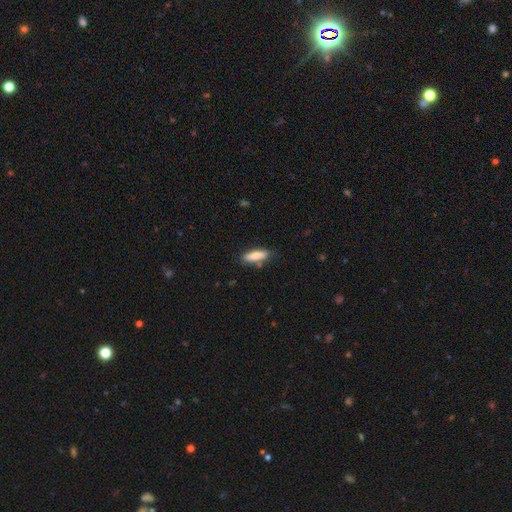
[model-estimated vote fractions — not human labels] Morphology: type=smooth (82%); roundness=cigar-shaped (54%); merging=none (79%).